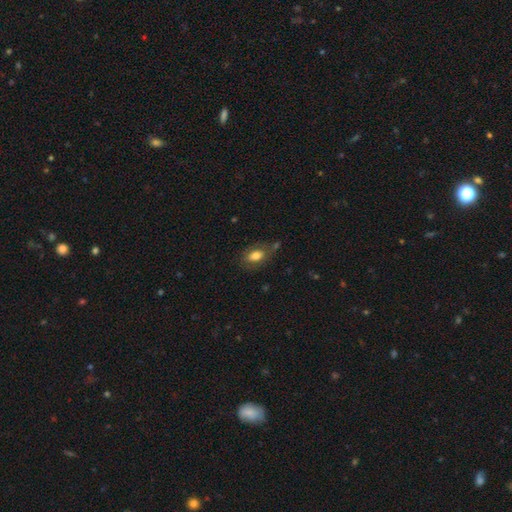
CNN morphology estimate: smooth-or-featured: smooth: 75% | featured or disk: 17% | star or artifact: 8%
  how-rounded: in between: 87% | round: 11% | cigar-shaped: 2%
  merging: none: 64% | minor disturbance: 21% | major disturbance: 9% | merger: 6%